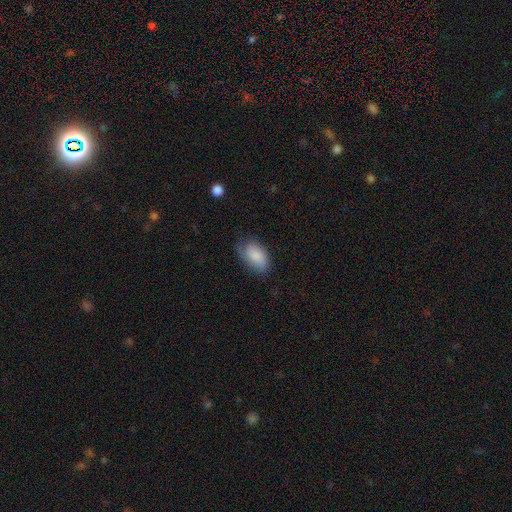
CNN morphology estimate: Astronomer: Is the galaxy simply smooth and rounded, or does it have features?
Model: smooth — 80%.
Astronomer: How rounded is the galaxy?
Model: in between — 93%.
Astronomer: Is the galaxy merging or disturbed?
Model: none — 62%.